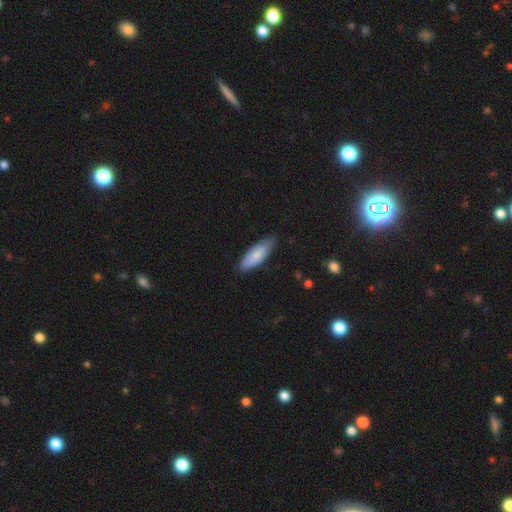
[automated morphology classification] Smooth or featured? Predicted: smooth (p=0.79). How rounded? Predicted: in between (p=0.66). Merging? Predicted: none (p=0.72).